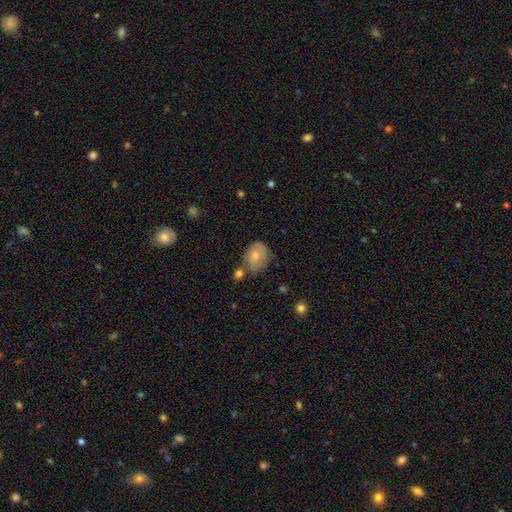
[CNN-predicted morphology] Smooth or featured: smooth — 66% (featured or disk — 26%)
How rounded: in between — 64% (round — 35%)
Merging: none — 47% (minor disturbance — 28%)